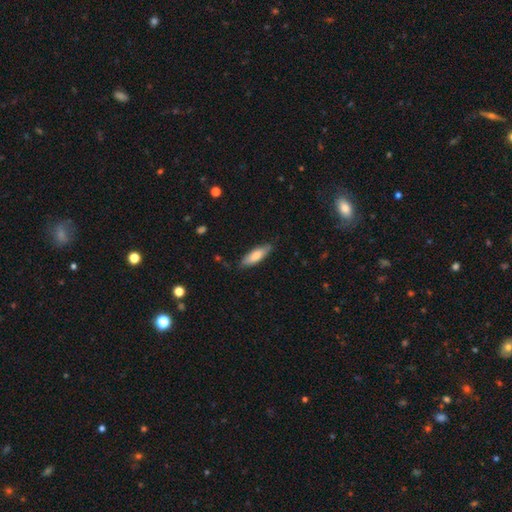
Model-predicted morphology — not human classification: Overall: smooth (79%). How rounded: cigar-shaped (50%; in between 48%). Merging: none (81%).